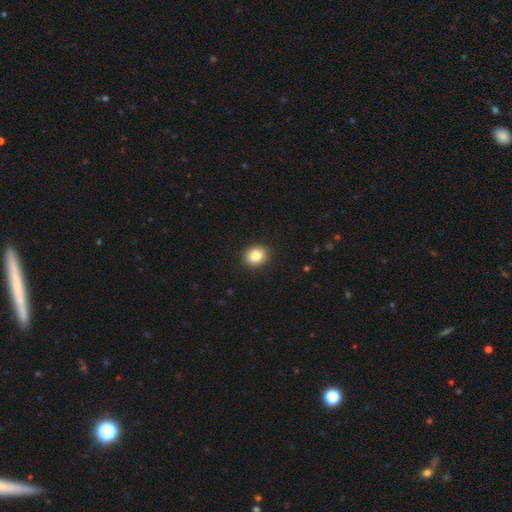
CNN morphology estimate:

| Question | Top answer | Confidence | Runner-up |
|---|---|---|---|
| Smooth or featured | smooth | 86% | star or artifact (9%) |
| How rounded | round | 58% | in between (41%) |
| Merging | none | 91% | minor disturbance (6%) |